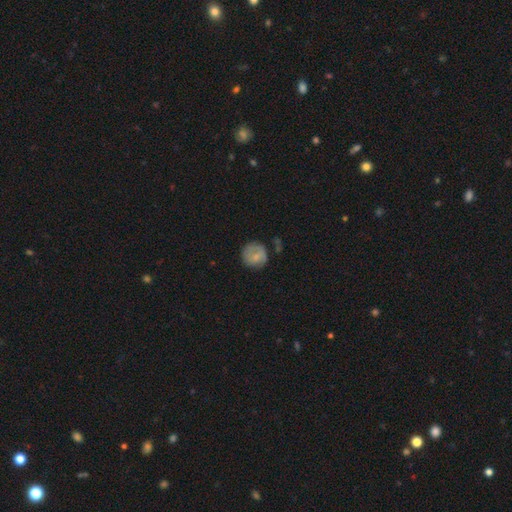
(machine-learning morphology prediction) smooth-or-featured: smooth: 69% | featured or disk: 23% | star or artifact: 8%
  how-rounded: round: 85% | in between: 14% | cigar-shaped: 1%
  merging: none: 64% | minor disturbance: 23% | major disturbance: 10% | merger: 4%